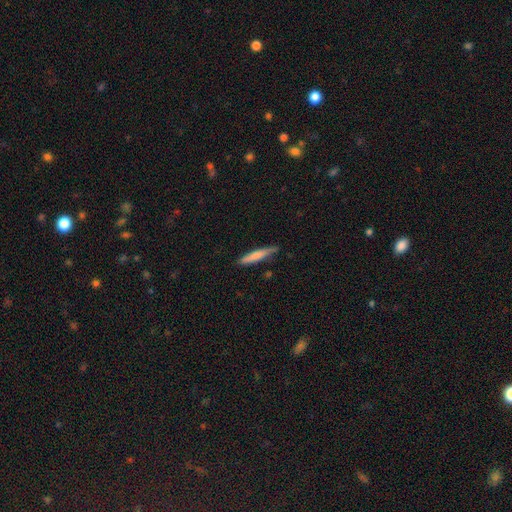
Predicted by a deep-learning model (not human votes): Smooth or featured?
  - smooth: 70% *
  - featured or disk: 25%
  - star or artifact: 5%
How rounded?
  - cigar-shaped: 92% *
  - in between: 6%
  - round: 1%
Merging?
  - none: 77% *
  - minor disturbance: 18%
  - major disturbance: 3%
  - merger: 2%